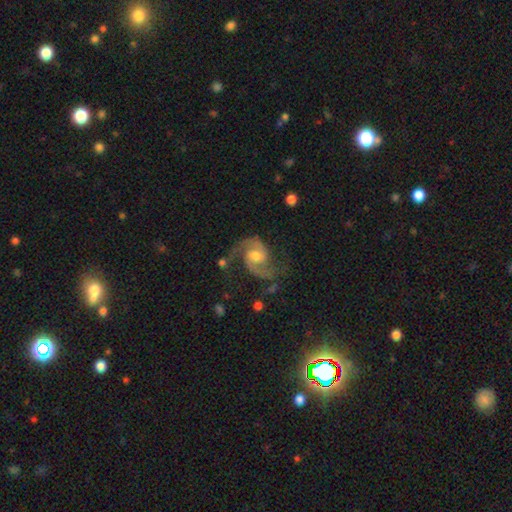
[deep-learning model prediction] smooth-or-featured: featured or disk: 90% | star or artifact: 5% | smooth: 4%
  disk-edge-on: no: 98% | yes: 2%
    bar: no: 50% | weak: 41% | strong: 9%
    has-spiral-arms: yes: 98% | no: 2%
      spiral-winding: medium: 59% | loose: 26% | tight: 16%
      spiral-arm-count: 2: 93% | can't tell: 2% | 1: 2% | 3: 1% | 4: 1% | more than 4: 1%
    bulge-size: moderate: 65% | small: 25% | large: 6% | none: 2% | dominant: 1%
  merging: none: 69% | minor disturbance: 18% | major disturbance: 10% | merger: 3%